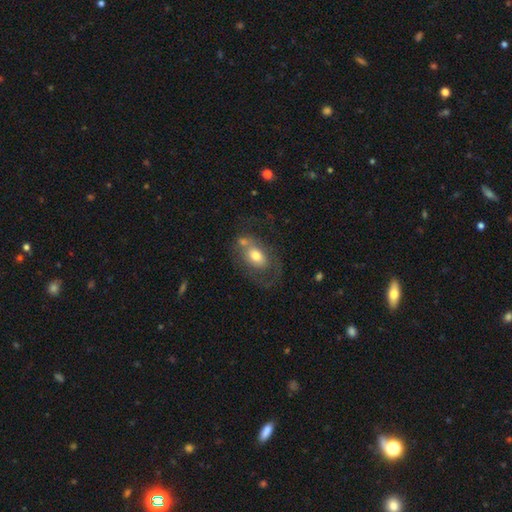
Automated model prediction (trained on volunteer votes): Smooth or featured? Predicted: smooth (p=0.52). How rounded? Predicted: in between (p=0.84). Merging? Predicted: none (p=0.42).